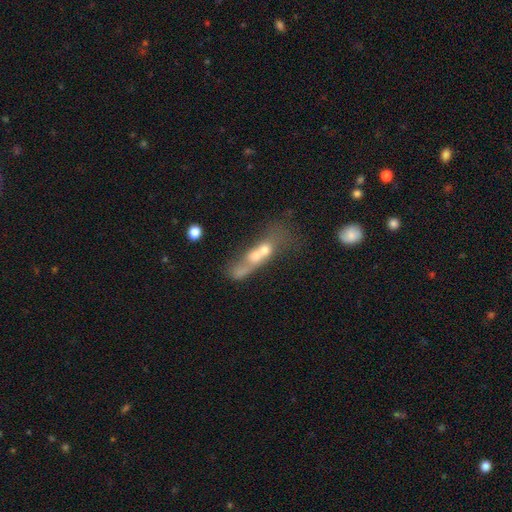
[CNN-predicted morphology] Overall: smooth (49%; featured or disk 40%). Merging: merger (70%).